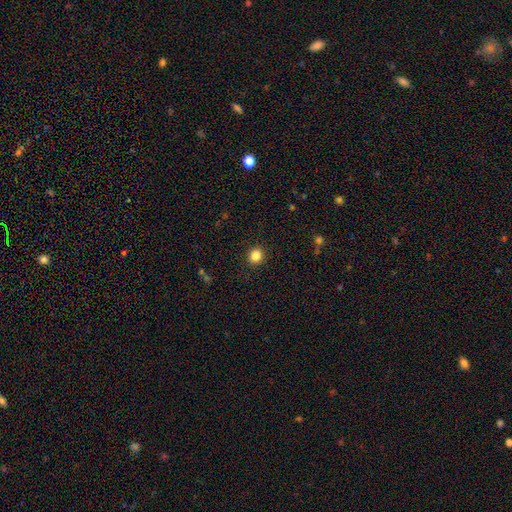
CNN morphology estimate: Overall: smooth (85%). How rounded: round (72%). Merging: none (91%).